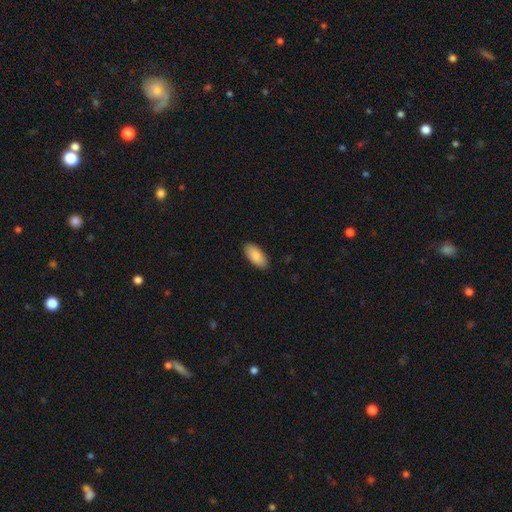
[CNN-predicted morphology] This is clearly a smooth galaxy (89%). How rounded: clearly in between (91%). Merging: clearly none (89%).